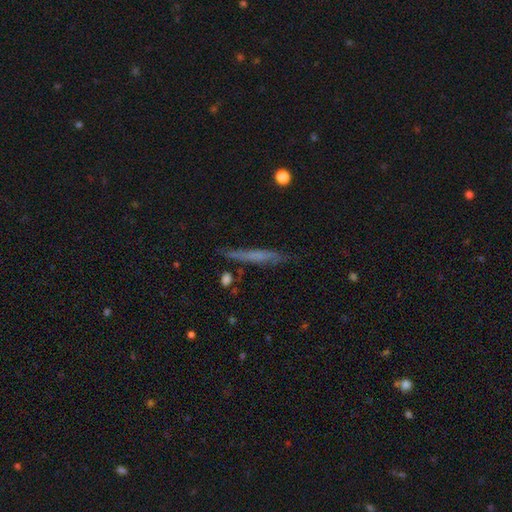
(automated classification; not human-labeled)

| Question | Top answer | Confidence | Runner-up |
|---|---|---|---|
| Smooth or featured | smooth | 47% | featured or disk (44%) |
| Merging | none | 81% | minor disturbance (13%) |